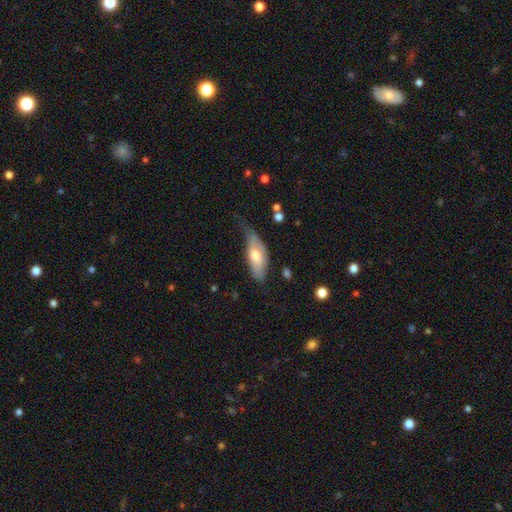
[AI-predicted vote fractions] The model was most divided on "merging": minor disturbance: 42%, none: 32%, major disturbance: 23%, merger: 3%. More confident: how rounded — in between (77%); smooth or featured — smooth (62%).